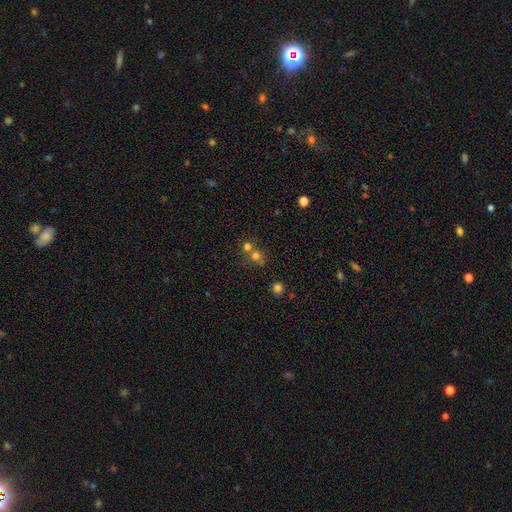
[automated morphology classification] Smooth or featured?
  - smooth: 68% *
  - star or artifact: 20%
  - featured or disk: 12%
How rounded?
  - round: 83% *
  - in between: 16%
  - cigar-shaped: 1%
Merging?
  - merger: 46% *
  - none: 45%
  - minor disturbance: 6%
  - major disturbance: 3%